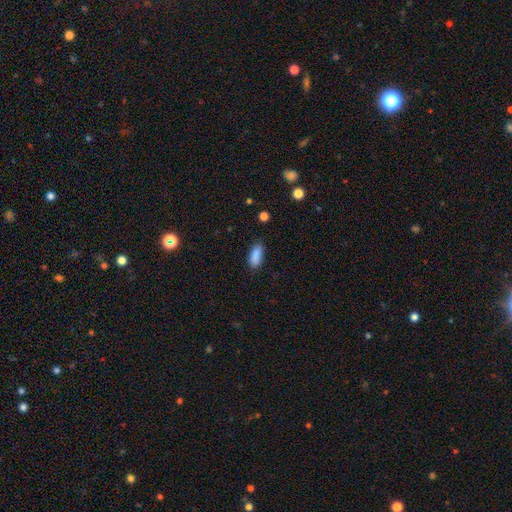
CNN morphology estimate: smooth 88%, star or artifact 8%, featured or disk 4%. Down the decision tree: how rounded — in between (84%); merging — none (82%).